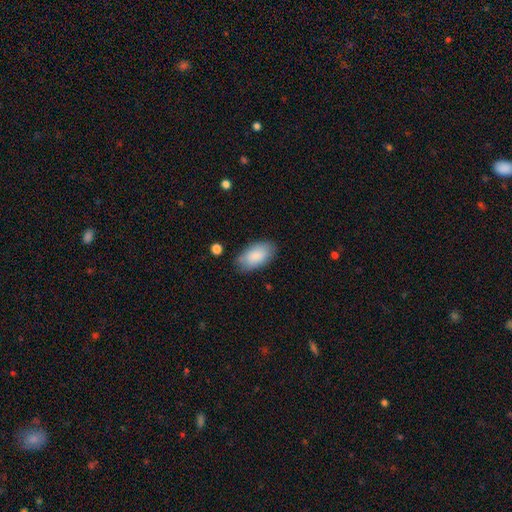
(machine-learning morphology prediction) smooth 87%, featured or disk 7%, star or artifact 6%. Down the decision tree: how rounded — in between (95%); merging — none (79%).